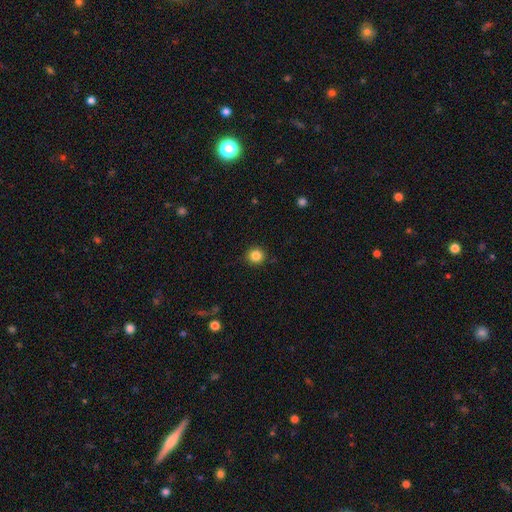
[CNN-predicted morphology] type=smooth (85%); roundness=round (93%); merging=none (91%).